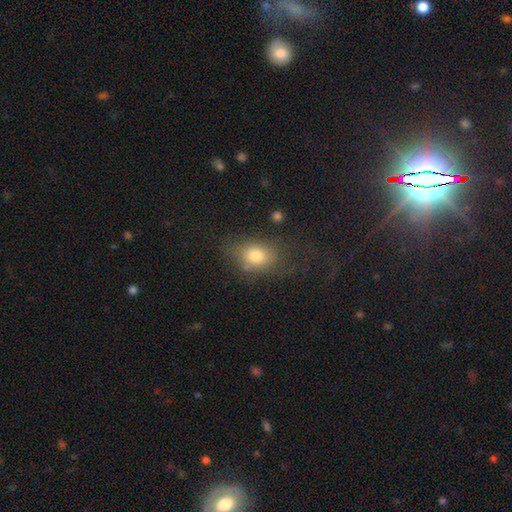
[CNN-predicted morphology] Overall: smooth (78%). How rounded: in between (70%). Merging: none (59%; minor disturbance 22%).